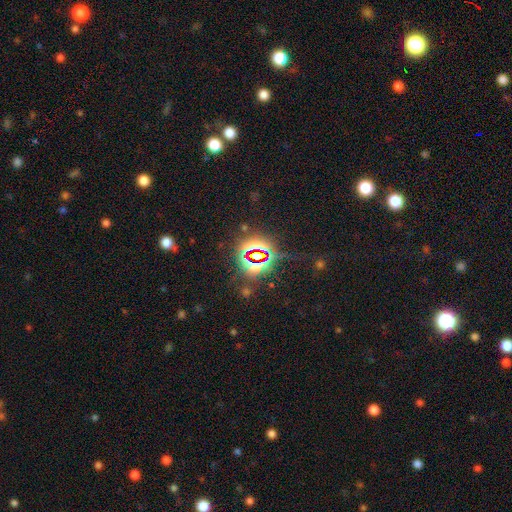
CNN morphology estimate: Overall: star or artifact (78%).